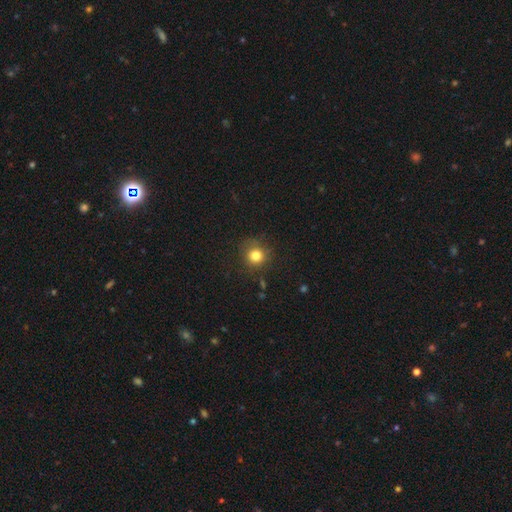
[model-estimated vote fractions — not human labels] This appears to be a smooth galaxy with no disk features (80%) that is round (92%). Merging: none (82%).